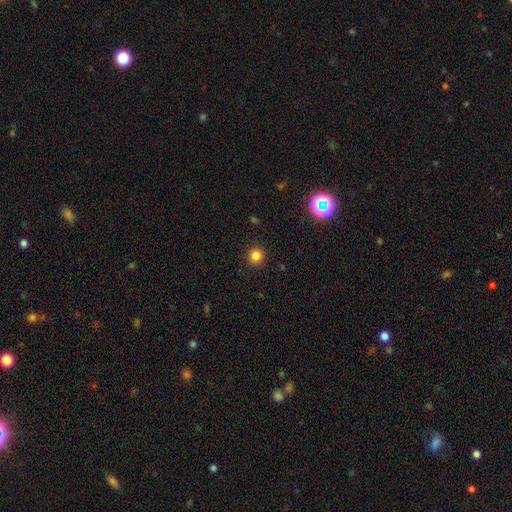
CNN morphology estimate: A smooth galaxy with no disk features (82%) that is round (90%).

Vote fractions:
- Smooth or featured? smooth: 82% / star or artifact: 14% / featured or disk: 4%
- How rounded? round: 90% / in between: 9% / cigar-shaped: 1%
- Merging? none: 90% / minor disturbance: 6% / major disturbance: 2% / merger: 1%